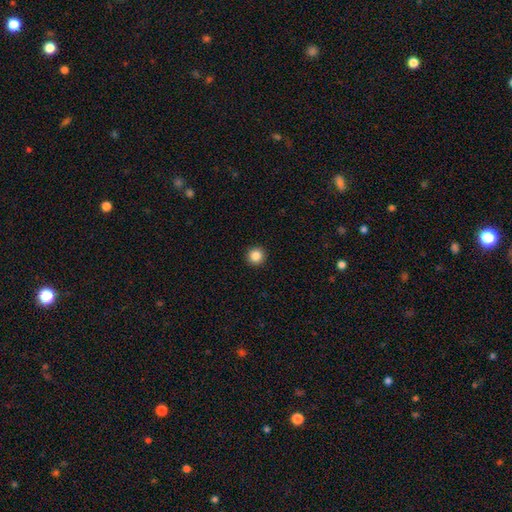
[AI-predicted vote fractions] This appears to be a smooth galaxy with no disk features (86%) that is round (96%). Merging: none (94%).